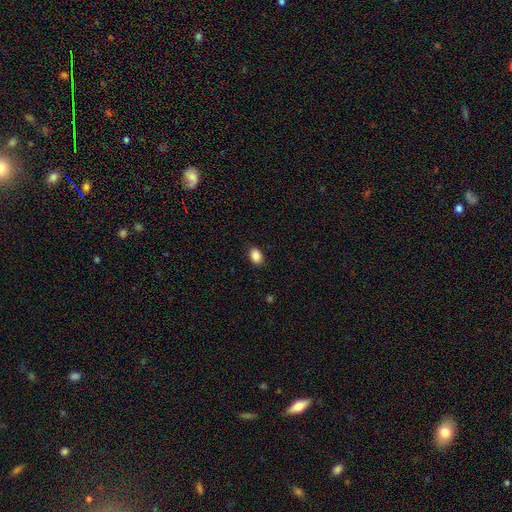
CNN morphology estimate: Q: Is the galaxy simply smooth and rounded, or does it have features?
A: smooth — 88%.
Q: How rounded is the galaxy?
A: in between — 81%.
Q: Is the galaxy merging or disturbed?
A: none — 87%.